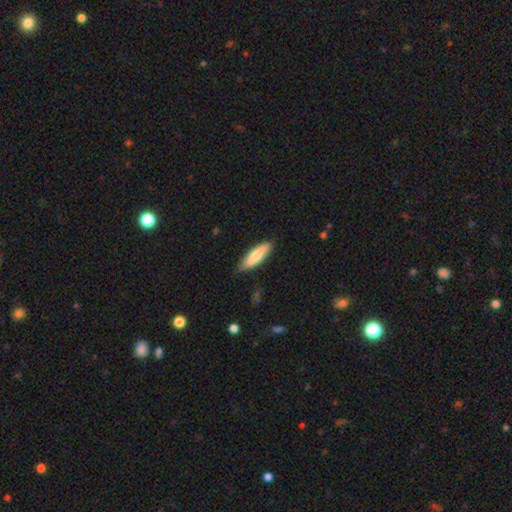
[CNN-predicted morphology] Smooth or featured? Predicted: smooth (p=0.66). How rounded? Predicted: cigar-shaped (p=0.54). Merging? Predicted: none (p=0.84).